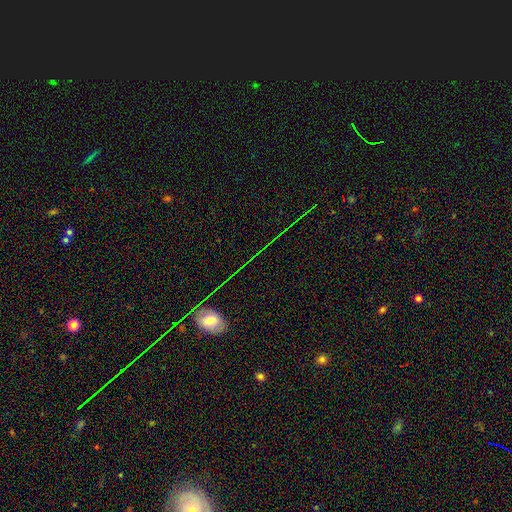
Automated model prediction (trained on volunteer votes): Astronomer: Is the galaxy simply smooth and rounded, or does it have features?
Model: star or artifact — 63%.